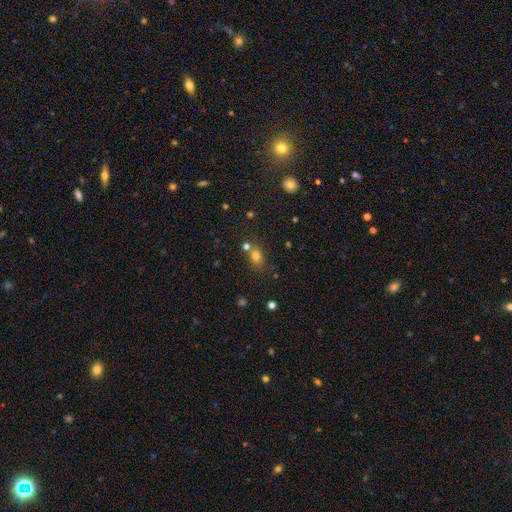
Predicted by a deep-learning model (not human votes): This is likely a smooth galaxy (75%). How rounded: likely in between (68%). Merging: likely none (61%).